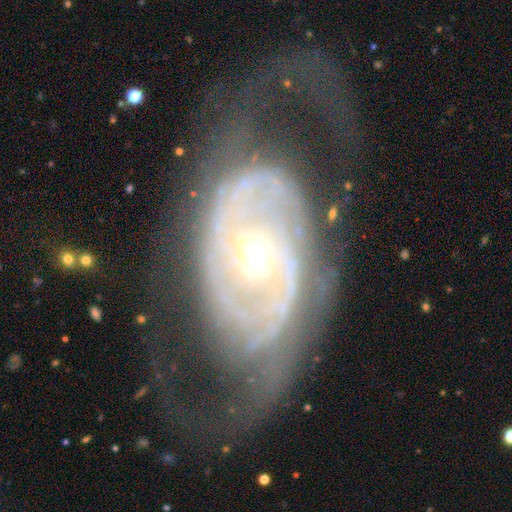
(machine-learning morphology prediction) The model was most divided on "merging": none: 44%, major disturbance: 33%, minor disturbance: 19%, merger: 4%. Remaining: edge-on disk — no (95%); spiral arms — yes (88%); smooth or featured — featured or disk (86%); bulge size — small (60%); spiral arm count — 2 (56%); bar — no (55%); spiral winding — tight (46%).